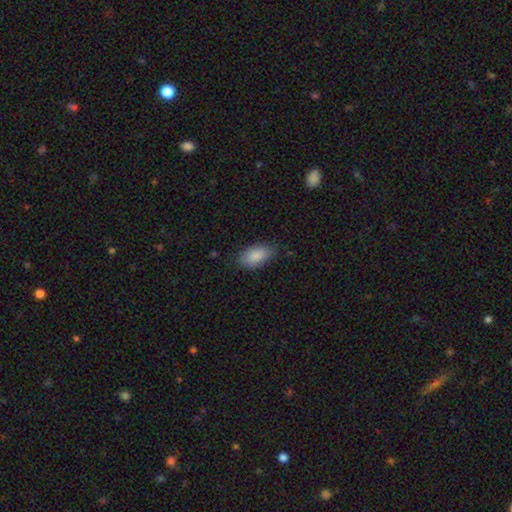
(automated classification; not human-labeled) Smooth or featured? smooth (88%)
How rounded? in between (93%)
Merging? none (77%)